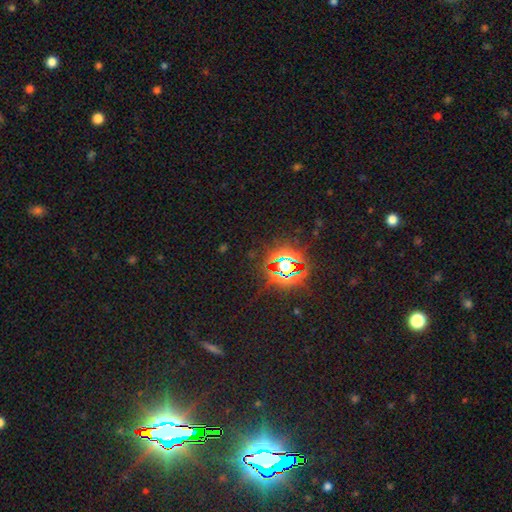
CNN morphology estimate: Smooth or featured: star or artifact — 83% (smooth — 10%)